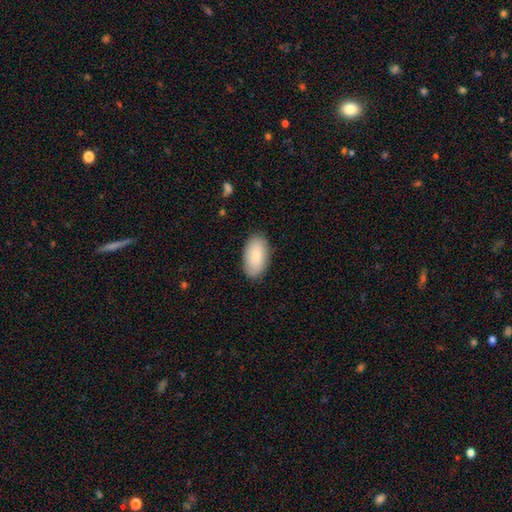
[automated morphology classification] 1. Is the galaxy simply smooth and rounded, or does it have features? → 86% smooth, 8% featured or disk, 6% star or artifact.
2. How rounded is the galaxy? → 96% in between, 2% round, 2% cigar-shaped.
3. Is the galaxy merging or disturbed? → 87% none, 10% minor disturbance, 2% major disturbance, 1% merger.